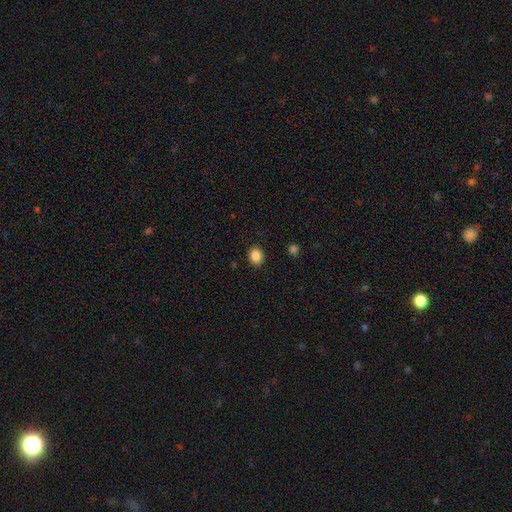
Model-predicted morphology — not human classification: This is clearly a smooth galaxy (86%). How rounded: likely round (66%). Merging: clearly none (90%).